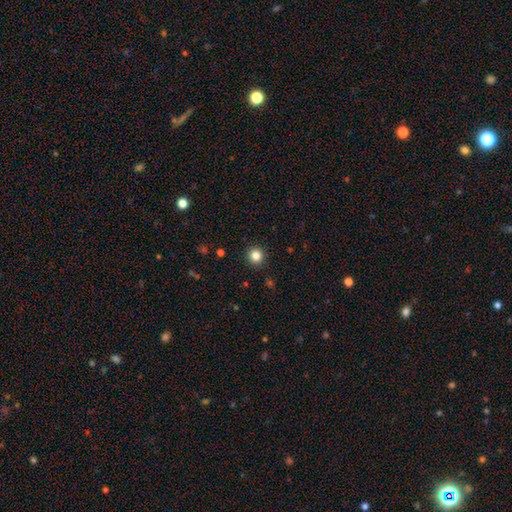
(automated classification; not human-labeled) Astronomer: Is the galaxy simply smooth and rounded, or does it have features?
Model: smooth — 84%.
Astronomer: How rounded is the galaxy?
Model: round — 95%.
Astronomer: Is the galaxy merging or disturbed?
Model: none — 93%.